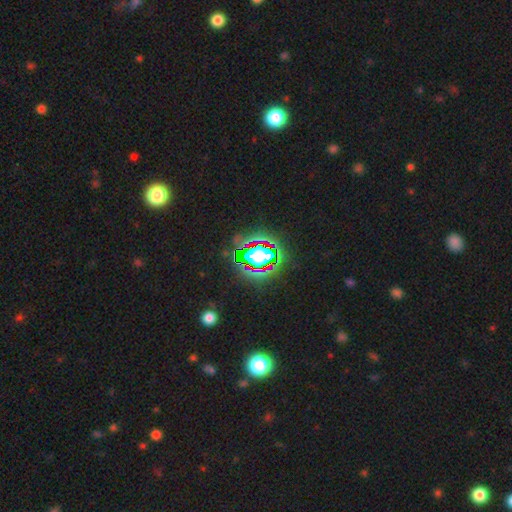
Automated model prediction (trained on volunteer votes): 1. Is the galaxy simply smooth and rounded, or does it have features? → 79% star or artifact, 13% smooth, 8% featured or disk.